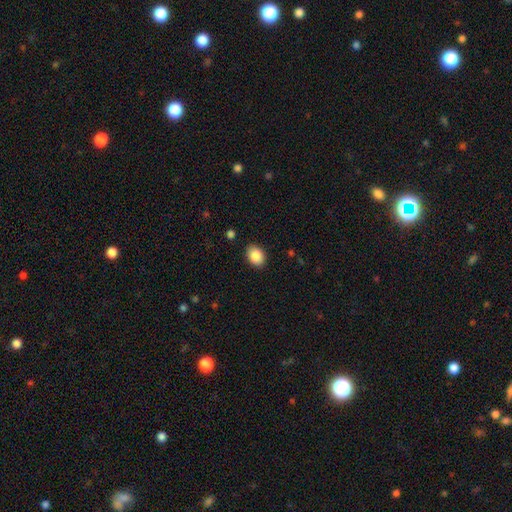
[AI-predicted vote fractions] Smooth or featured: smooth — 88% (star or artifact — 8%)
How rounded: in between — 70% (round — 29%)
Merging: none — 89% (minor disturbance — 8%)